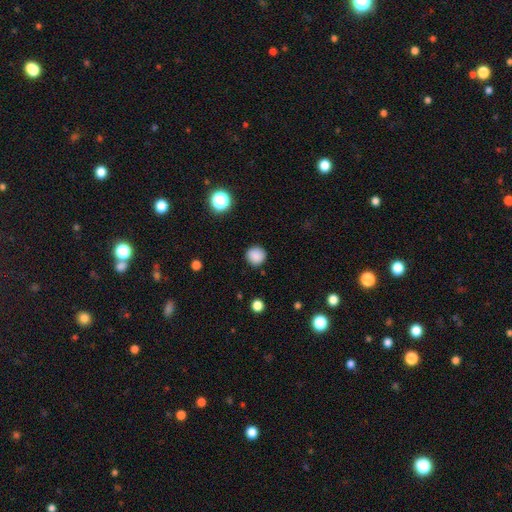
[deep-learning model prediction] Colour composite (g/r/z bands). It shows a smooth galaxy with no disk features (86%) that is round (94%). Merging: none (89%).